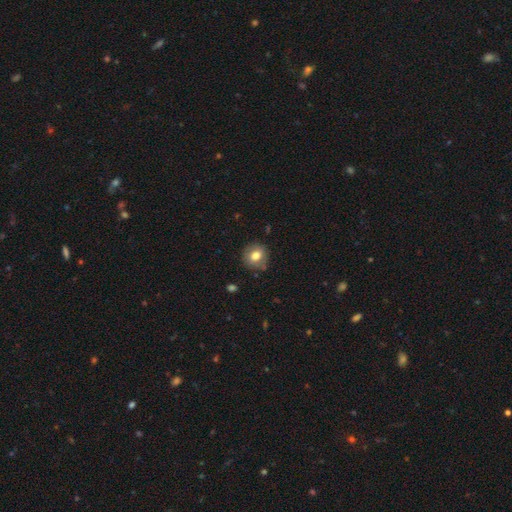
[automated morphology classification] type=smooth (75%); roundness=round (81%); merging=none (80%).